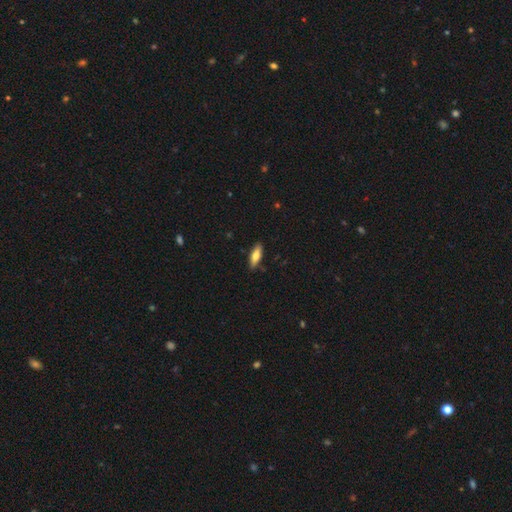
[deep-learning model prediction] This is likely a smooth galaxy (69%). How rounded: possibly in between (53%). Merging: clearly none (86%).